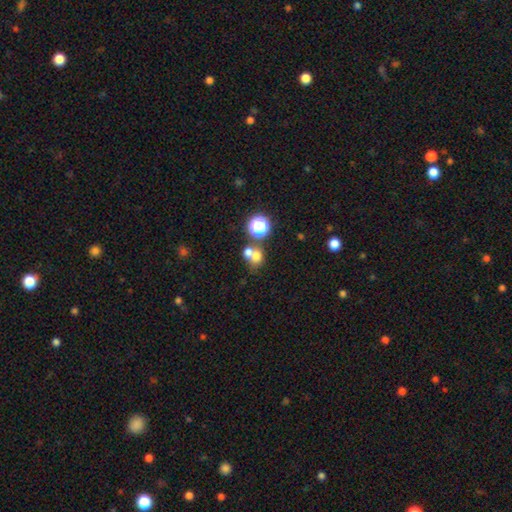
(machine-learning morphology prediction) type=smooth (69%); roundness=round (73%); merging=merger (49%).